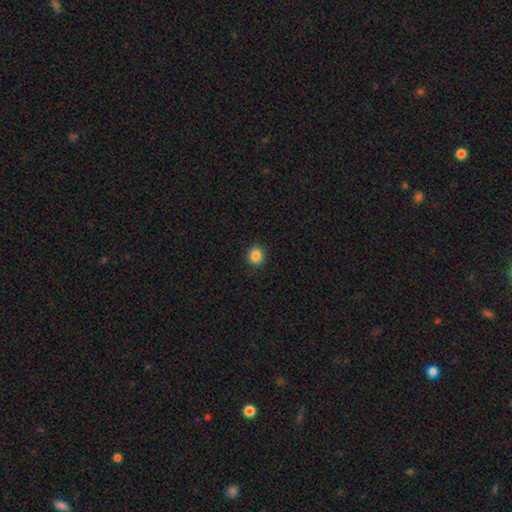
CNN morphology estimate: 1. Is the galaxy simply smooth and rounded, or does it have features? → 86% smooth, 10% star or artifact, 4% featured or disk.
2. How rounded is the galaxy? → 79% round, 20% in between, 1% cigar-shaped.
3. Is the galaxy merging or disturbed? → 91% none, 6% minor disturbance, 2% major disturbance, 1% merger.